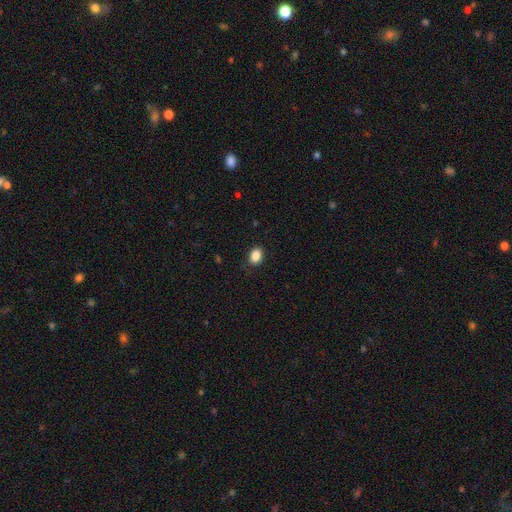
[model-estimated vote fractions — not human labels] The model was most divided on "how rounded": in between: 74%, round: 25%, cigar-shaped: 1%. More confident: smooth or featured — smooth (87%); merging — none (84%).